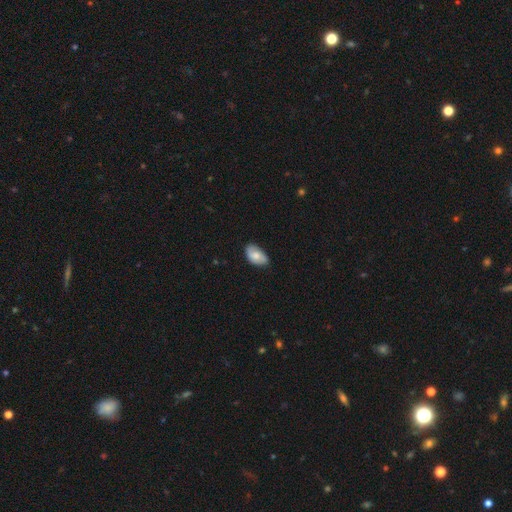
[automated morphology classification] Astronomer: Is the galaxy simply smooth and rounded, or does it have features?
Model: smooth — 71%.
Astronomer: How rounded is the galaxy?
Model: in between — 93%.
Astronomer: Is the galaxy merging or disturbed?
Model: none — 69%.